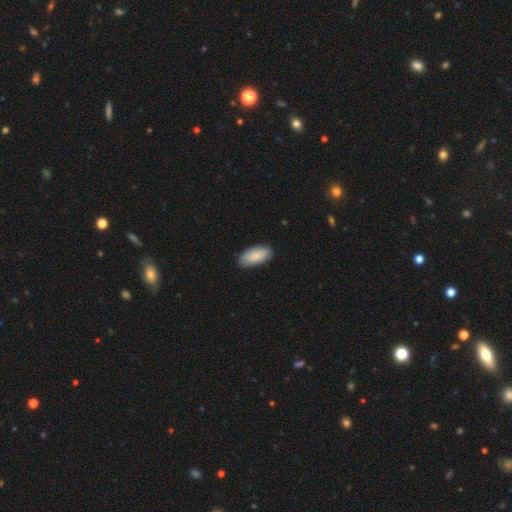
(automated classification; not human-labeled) The model was most divided on "merging": none: 84%, minor disturbance: 13%, major disturbance: 2%, merger: 1%. More confident: how rounded — in between (92%); smooth or featured — smooth (83%).